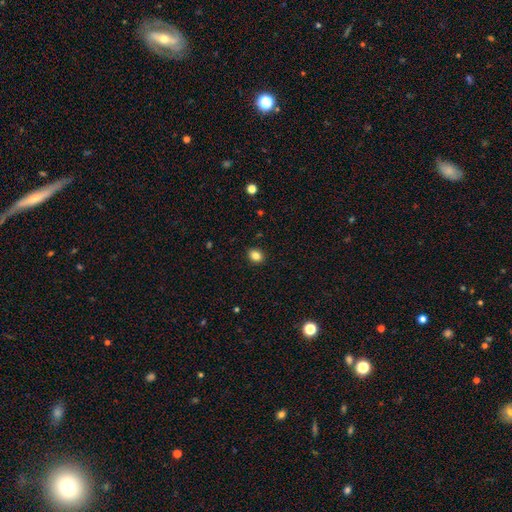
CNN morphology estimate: Smooth or featured? smooth (84%)
How rounded? round (55%)
Merging? none (90%)